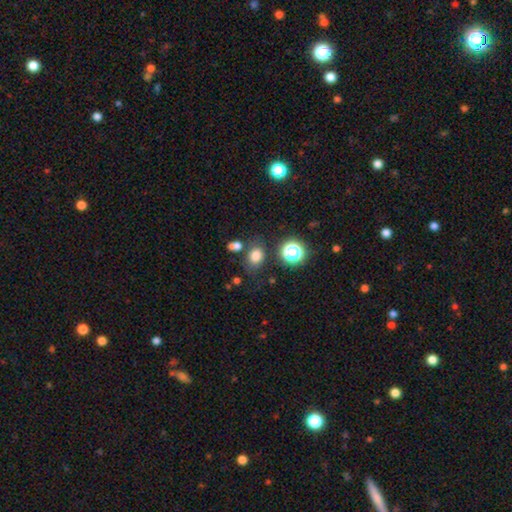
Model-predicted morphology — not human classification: Smooth or featured: smooth — 77% (star or artifact — 16%)
How rounded: in between — 58% (round — 40%)
Merging: none — 71% (minor disturbance — 14%)